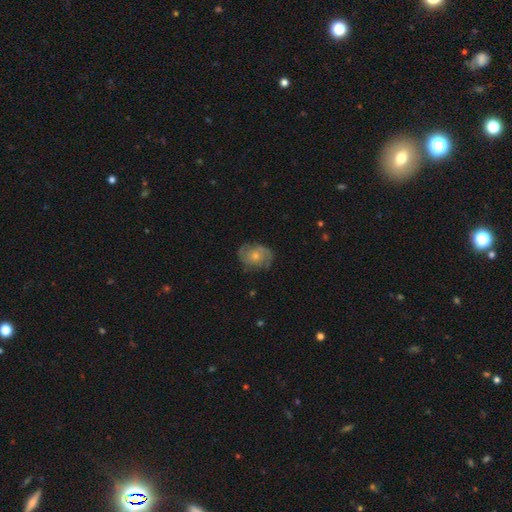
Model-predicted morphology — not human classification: smooth_or_featured: featured or disk (p=0.52) [alt: smooth p=0.41]
disk_edge_on: no (p=0.97) [alt: yes p=0.03]
merging: none (p=0.69) [alt: minor disturbance p=0.21]